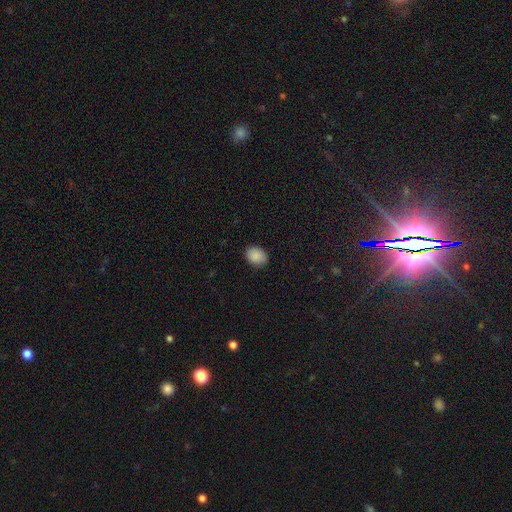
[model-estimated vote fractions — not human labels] smooth_or_featured: smooth (p=0.88) [alt: star or artifact p=0.08]
how_rounded: in between (p=0.64) [alt: round p=0.35]
merging: none (p=0.84) [alt: minor disturbance p=0.12]